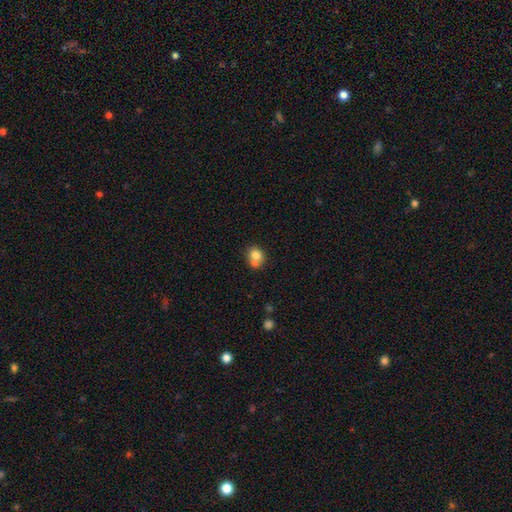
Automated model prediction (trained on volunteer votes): Morphology: type=smooth (77%); roundness=round (67%); merging=none (46%).